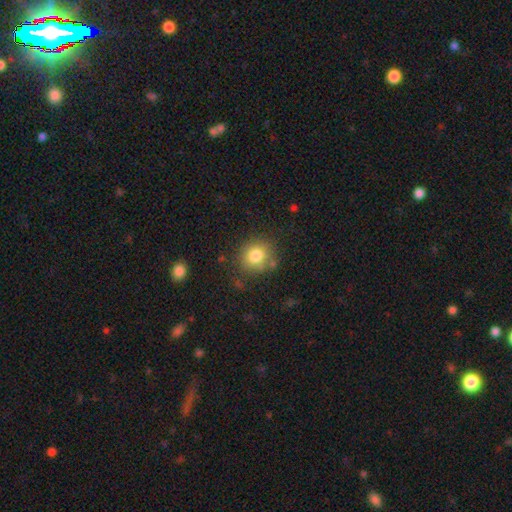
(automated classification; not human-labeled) A smooth galaxy with no disk features (81%) that is round (80%). Merging: none (76%).